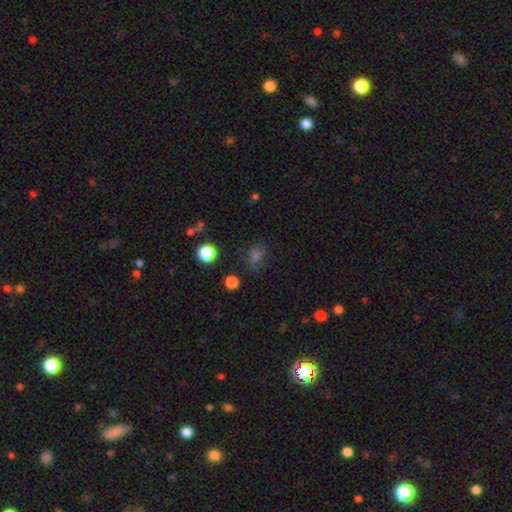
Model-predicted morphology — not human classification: This appears to be a smooth galaxy with no disk features (59%) that is round (50%). Merging: none (76%).